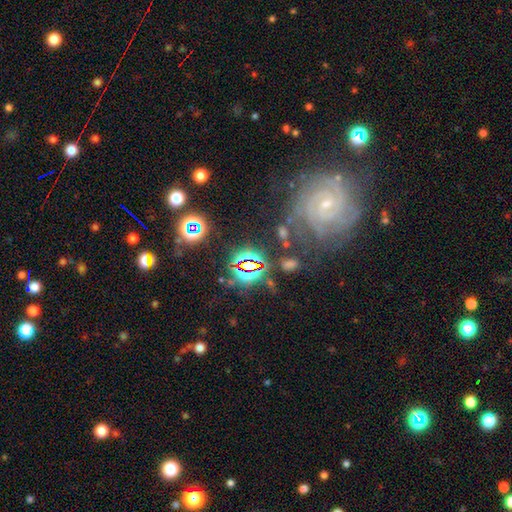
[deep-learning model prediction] This appears to be a featured or disk galaxy (48%). Merging: none (71%).